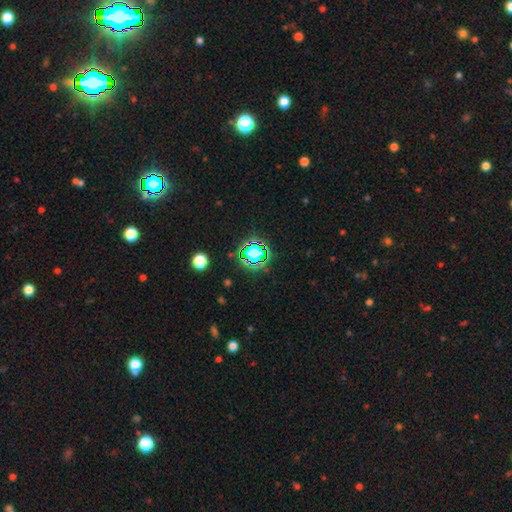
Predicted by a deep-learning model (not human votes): smooth_or_featured: star or artifact (p=0.61) [alt: smooth p=0.28]